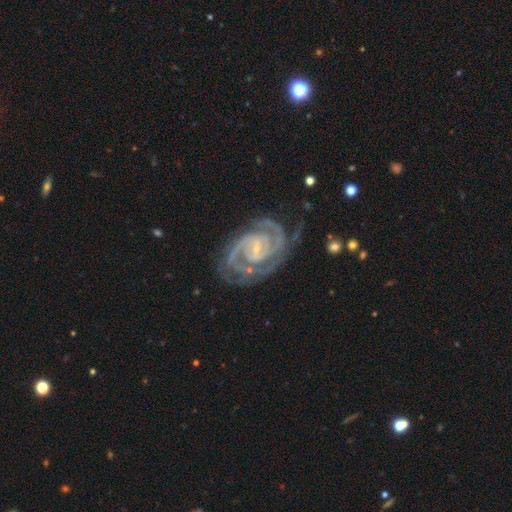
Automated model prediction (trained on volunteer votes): A featured or disk galaxy (80%) with no bar (49%), 2 (61%) tight (56%) spiral arms (95%) and a small central bulge (46%). Merging: none (80%).